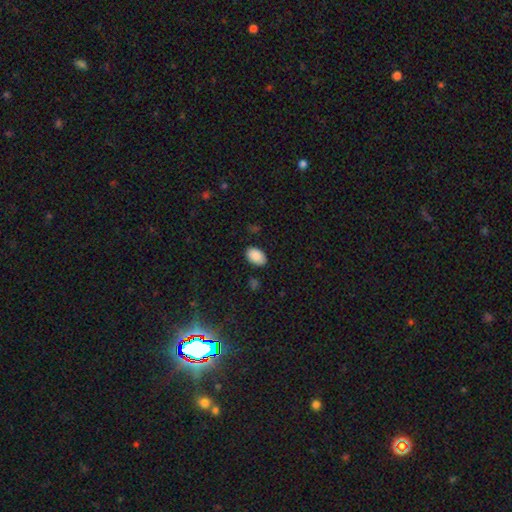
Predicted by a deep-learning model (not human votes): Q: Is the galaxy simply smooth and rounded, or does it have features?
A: smooth — 89%.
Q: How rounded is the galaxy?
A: in between — 92%.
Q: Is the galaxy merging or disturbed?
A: none — 84%.